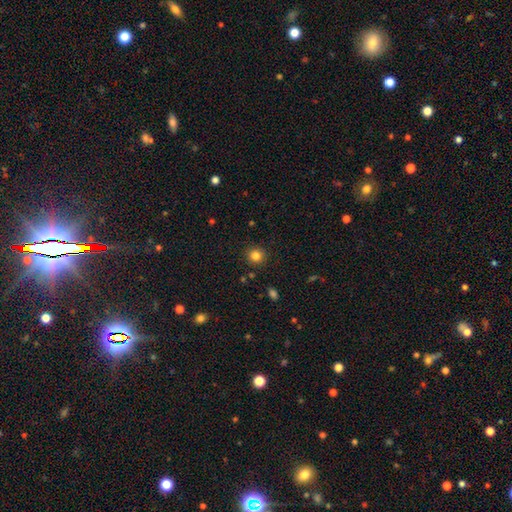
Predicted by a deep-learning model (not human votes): This is clearly a smooth galaxy (83%). How rounded: clearly round (92%). Merging: clearly none (90%).